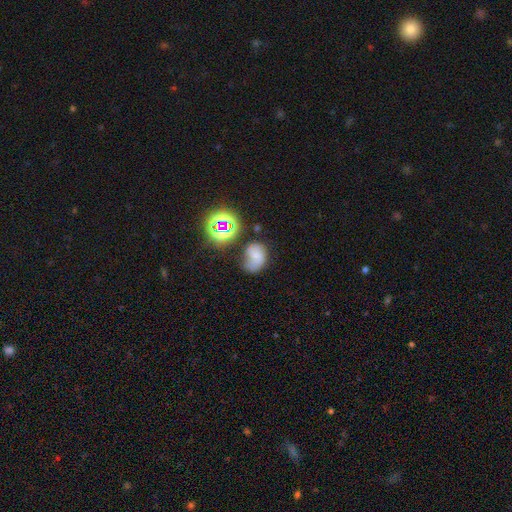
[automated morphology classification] smooth 50%, featured or disk 30%, star or artifact 21%. Down the decision tree: merging — none (35%).